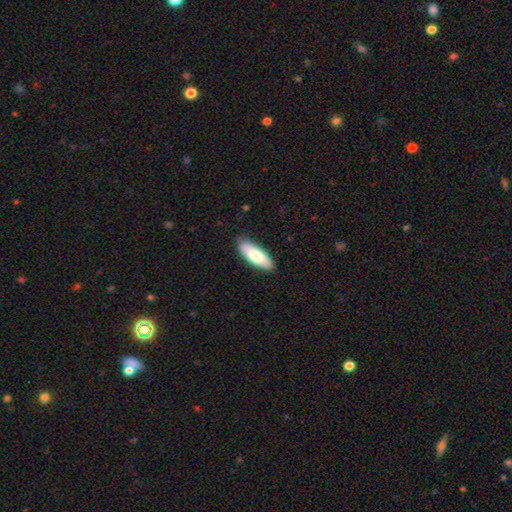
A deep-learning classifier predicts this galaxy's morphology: This appears to be a smooth galaxy with no disk features (78%) that is in between round and cigar-shaped (68%). Merging: none (86%).